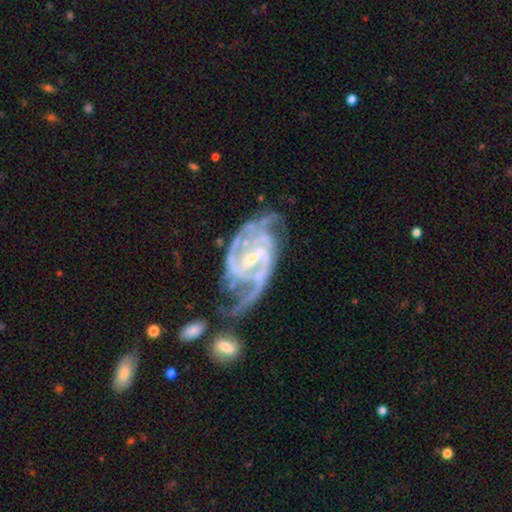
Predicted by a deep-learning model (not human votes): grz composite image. It shows a featured or disk galaxy (92%) with a weak bar (46%), 2 (59%) medium (49%) spiral arms (98%) and a small central bulge (68%). Merging: none (53%).